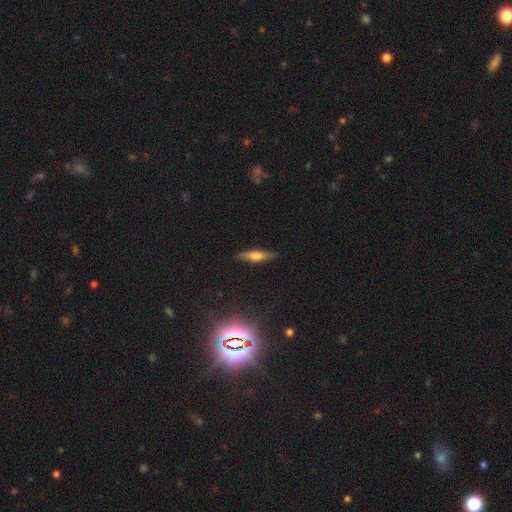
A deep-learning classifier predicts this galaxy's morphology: smooth-or-featured: smooth: 52% | featured or disk: 40% | star or artifact: 8%
  how-rounded: cigar-shaped: 74% | in between: 23% | round: 2%
  merging: none: 87% | minor disturbance: 10% | major disturbance: 2% | merger: 1%